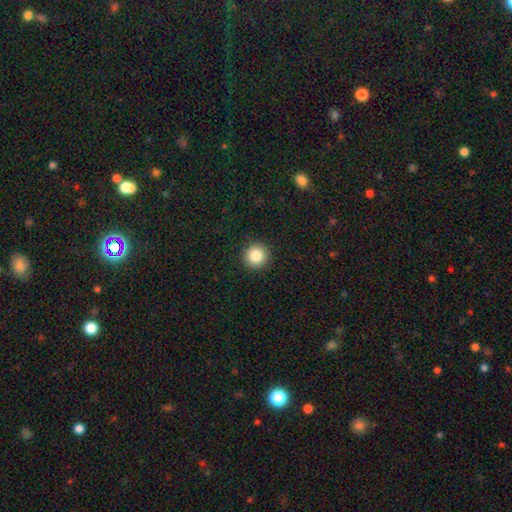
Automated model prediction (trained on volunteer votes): smooth 85%, star or artifact 10%, featured or disk 5%. Down the decision tree: how rounded — round (95%); merging — none (92%).